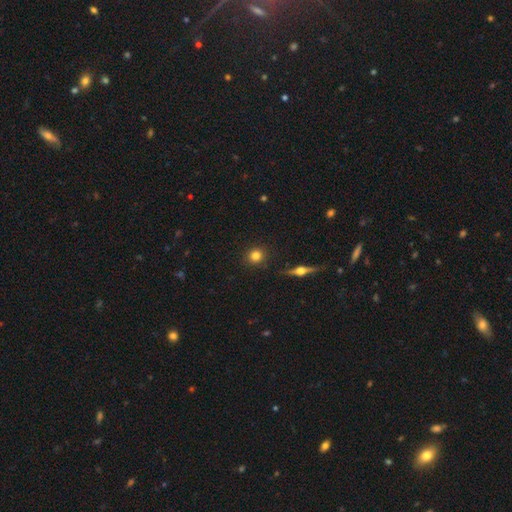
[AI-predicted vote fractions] A smooth galaxy with no disk features (79%) that is round (90%). Merging: none (89%).